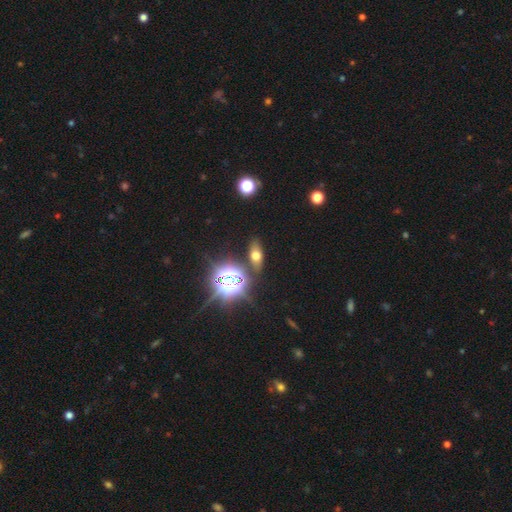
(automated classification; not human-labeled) Morphology: type=smooth (50%); roundness=in between (72%); merging=none (84%).